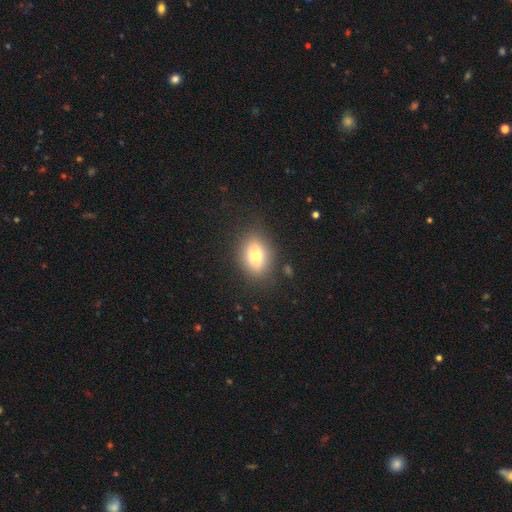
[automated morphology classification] smooth_or_featured: smooth (p=0.72) [alt: featured or disk p=0.18]
how_rounded: in between (p=0.76) [alt: round p=0.21]
merging: none (p=0.81) [alt: minor disturbance p=0.13]